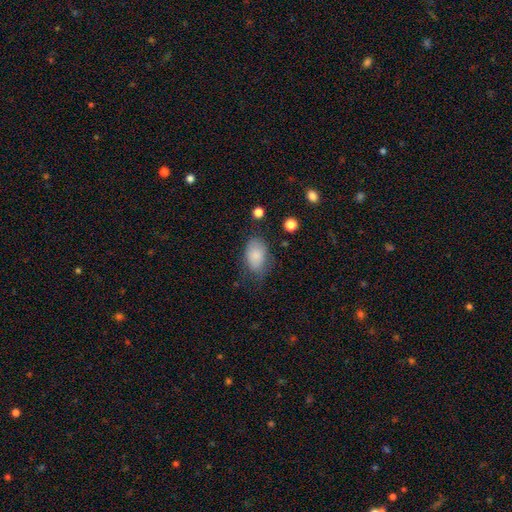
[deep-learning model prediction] This is clearly a smooth galaxy (84%). How rounded: clearly in between (90%). Merging: possibly none (59%).